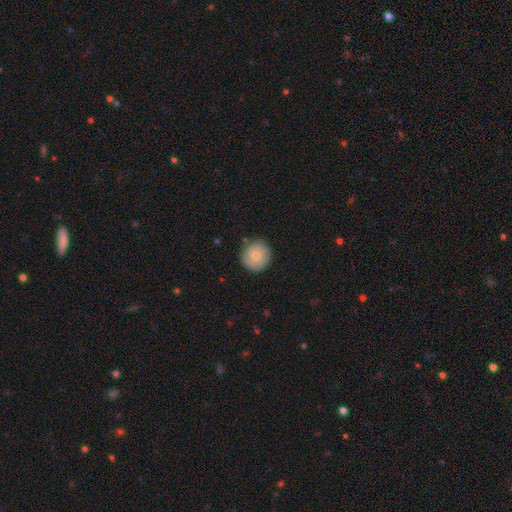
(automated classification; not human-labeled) Smooth or featured? Predicted: smooth (p=0.63). How rounded? Predicted: round (p=0.91). Merging? Predicted: none (p=0.82).